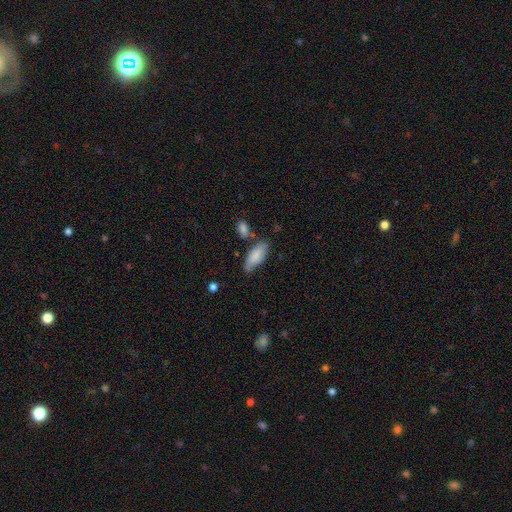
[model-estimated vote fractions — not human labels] smooth_or_featured: smooth (p=0.80) [alt: featured or disk p=0.14]
how_rounded: in between (p=0.83) [alt: cigar-shaped p=0.15]
merging: none (p=0.62) [alt: minor disturbance p=0.25]